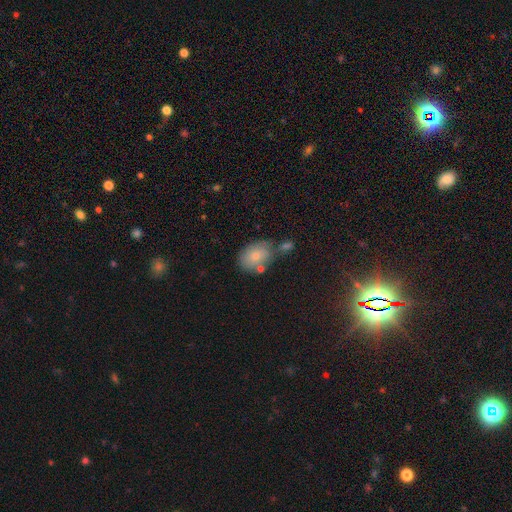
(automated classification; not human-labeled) Smooth or featured? Predicted: smooth (p=0.76). How rounded? Predicted: in between (p=0.75). Merging? Predicted: none (p=0.53).